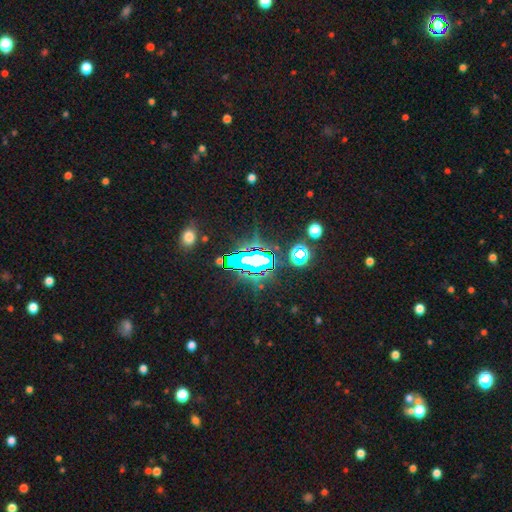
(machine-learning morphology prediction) smooth-or-featured: star or artifact: 70% | smooth: 17% | featured or disk: 13%